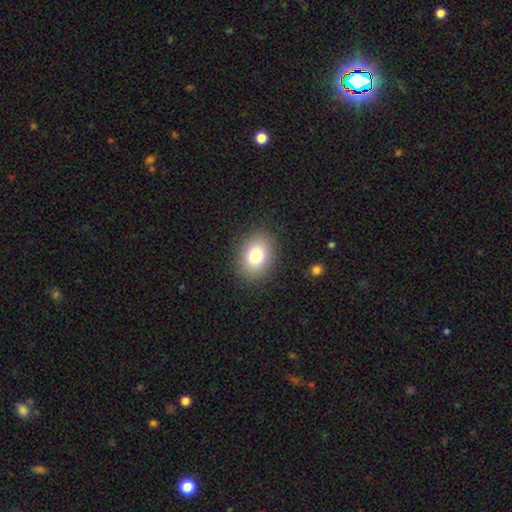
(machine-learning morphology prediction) smooth 80%, star or artifact 10%, featured or disk 10%. Down the decision tree: how rounded — in between (66%); merging — none (88%).